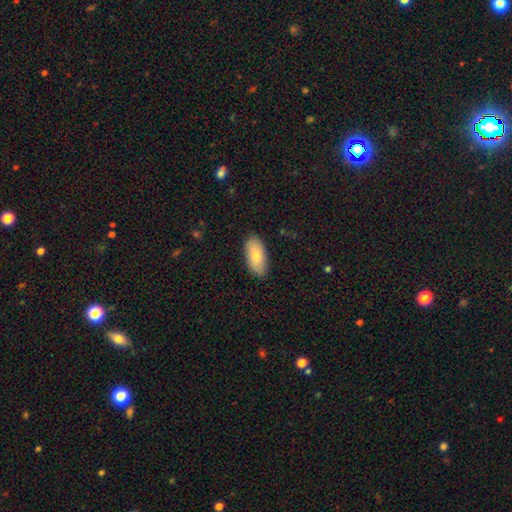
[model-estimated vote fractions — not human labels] Smooth or featured? smooth (79%)
How rounded? in between (92%)
Merging? none (86%)